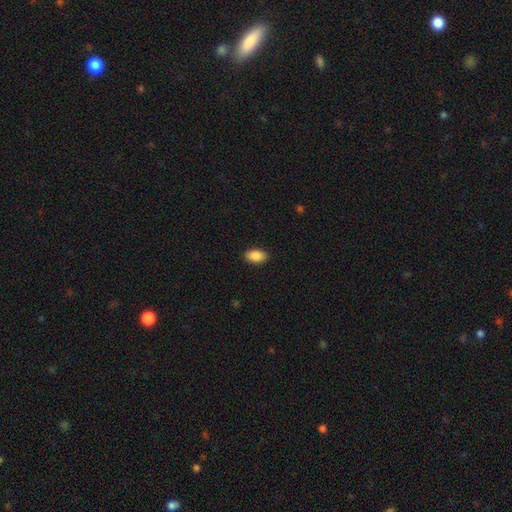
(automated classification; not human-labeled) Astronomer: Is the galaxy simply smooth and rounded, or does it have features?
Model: smooth — 87%.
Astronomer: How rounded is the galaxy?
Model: in between — 93%.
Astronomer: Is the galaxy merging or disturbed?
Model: none — 90%.